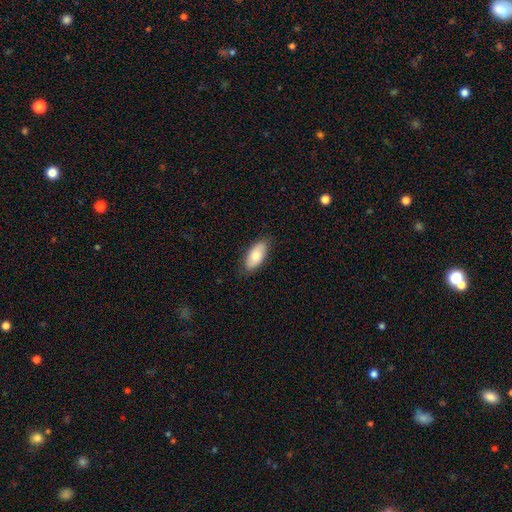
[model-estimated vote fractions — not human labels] This is likely a smooth galaxy (76%). How rounded: clearly in between (91%). Merging: clearly none (84%).